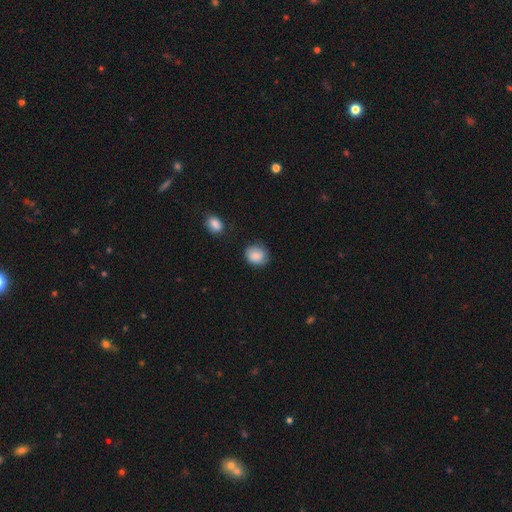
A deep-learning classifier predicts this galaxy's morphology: Q: Smooth or featured?
A: smooth (82%); runner-up: featured or disk (10%)
Q: How rounded?
A: round (73%); runner-up: in between (26%)
Q: Merging?
A: none (74%); runner-up: minor disturbance (18%)